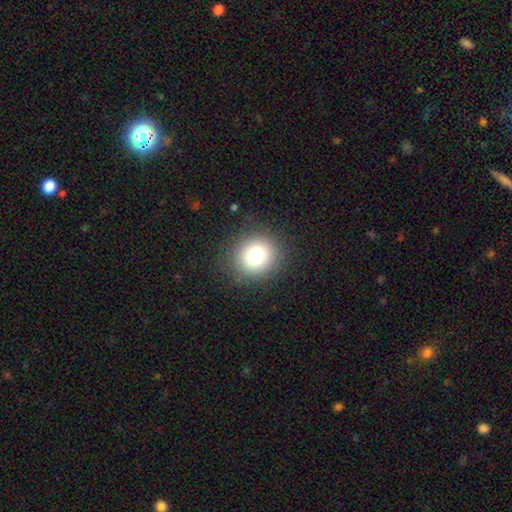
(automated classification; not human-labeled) Smooth or featured?
  - smooth: 77% *
  - star or artifact: 13%
  - featured or disk: 10%
How rounded?
  - round: 87% *
  - in between: 12%
  - cigar-shaped: 1%
Merging?
  - none: 87% *
  - minor disturbance: 8%
  - major disturbance: 4%
  - merger: 1%